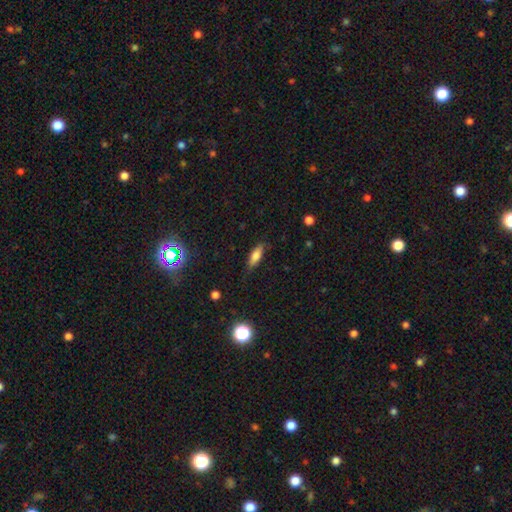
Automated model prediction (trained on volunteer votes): This appears to be a smooth galaxy with no disk features (71%) that is in between round and cigar-shaped (53%). Merging: none (80%).